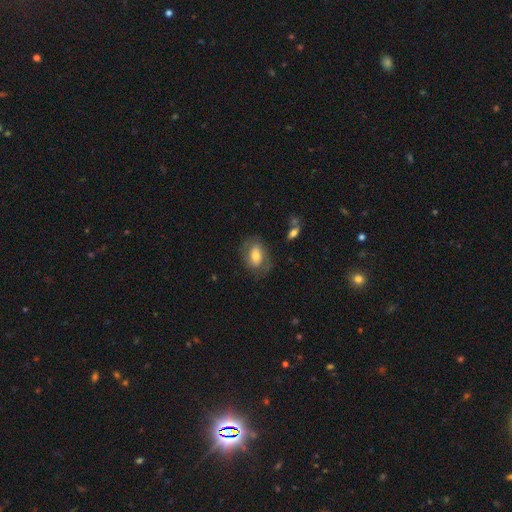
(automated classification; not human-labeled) Smooth or featured?
  - featured or disk: 47% *
  - smooth: 46%
  - star or artifact: 7%
Merging?
  - none: 67% *
  - minor disturbance: 19%
  - major disturbance: 12%
  - merger: 2%